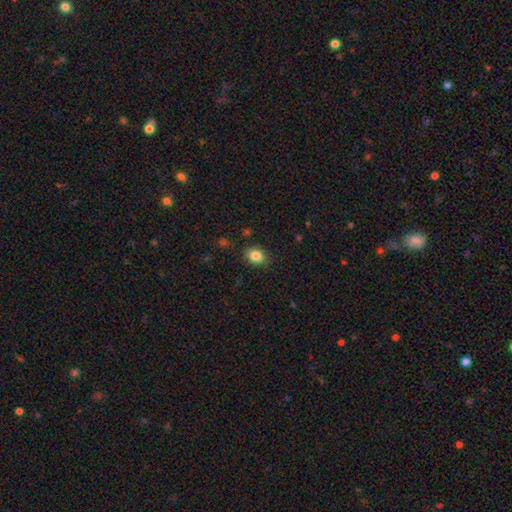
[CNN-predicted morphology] Smooth or featured? Predicted: smooth (p=0.84). How rounded? Predicted: in between (p=0.55). Merging? Predicted: none (p=0.86).